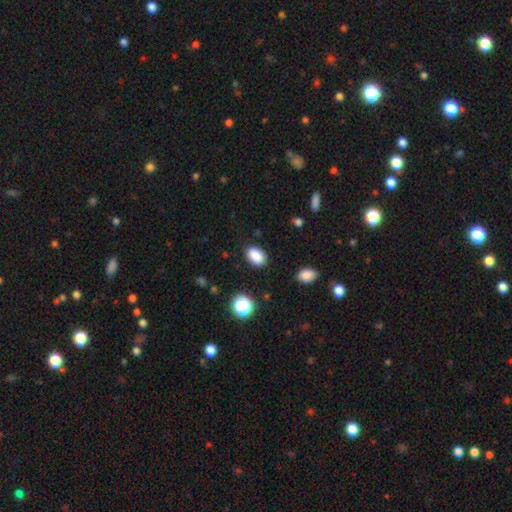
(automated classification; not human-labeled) Smooth or featured? Predicted: smooth (p=0.87). How rounded? Predicted: in between (p=0.81). Merging? Predicted: none (p=0.85).